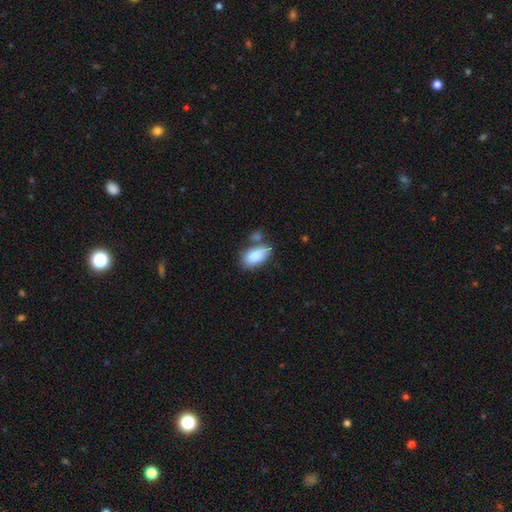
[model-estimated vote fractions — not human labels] This is clearly a smooth galaxy (85%). How rounded: clearly in between (92%). Merging: possibly none (48%).